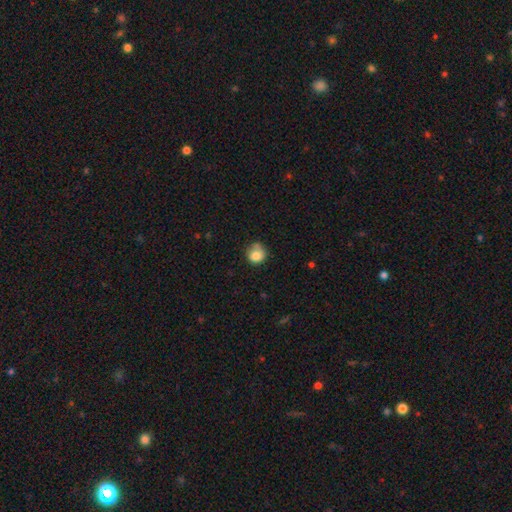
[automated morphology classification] Smooth or featured?
  - smooth: 82% *
  - star or artifact: 9%
  - featured or disk: 9%
How rounded?
  - round: 86% *
  - in between: 13%
  - cigar-shaped: 1%
Merging?
  - none: 58% *
  - minor disturbance: 26%
  - merger: 9%
  - major disturbance: 8%